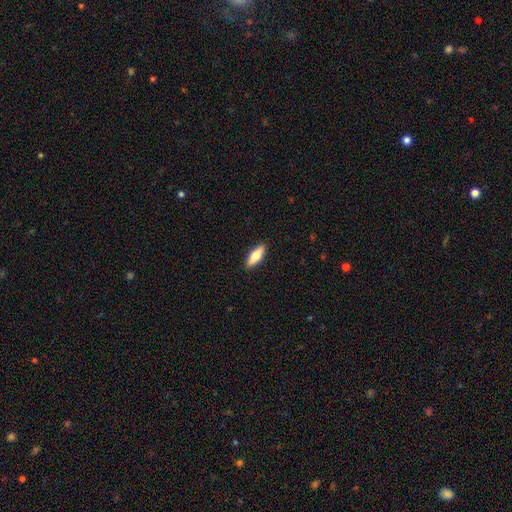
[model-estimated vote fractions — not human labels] This is likely a smooth galaxy (62%). How rounded: possibly in between (57%). Merging: clearly none (91%).